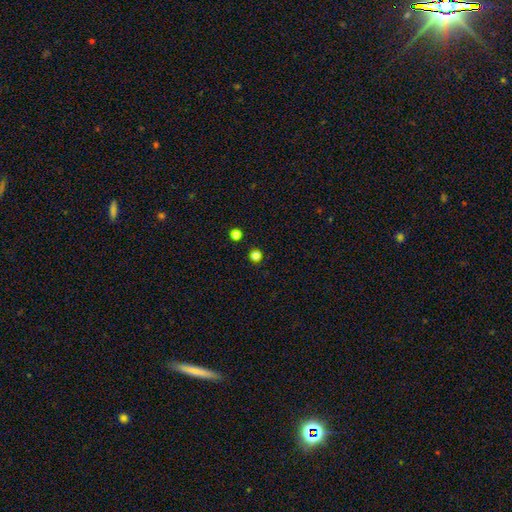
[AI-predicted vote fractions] Overall: smooth (67%; star or artifact 29%). How rounded: round (91%). Merging: none (87%).